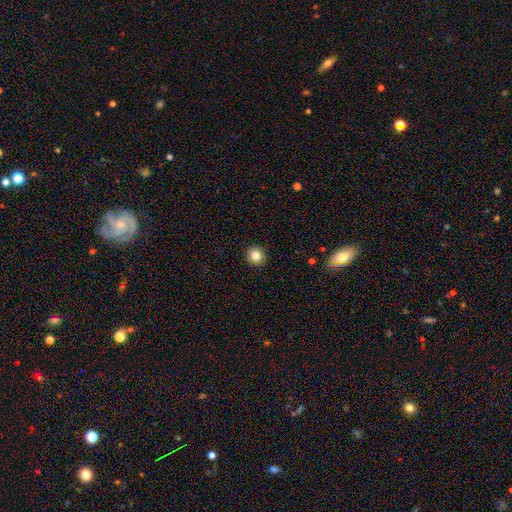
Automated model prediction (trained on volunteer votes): Q: Smooth or featured?
A: smooth (83%); runner-up: star or artifact (11%)
Q: How rounded?
A: round (92%); runner-up: in between (7%)
Q: Merging?
A: none (92%); runner-up: minor disturbance (5%)